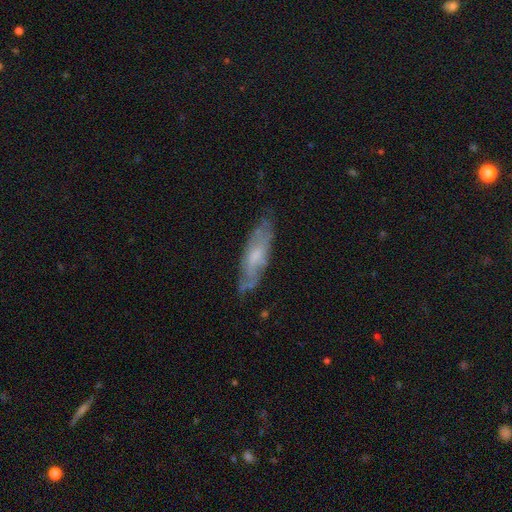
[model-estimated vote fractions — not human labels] A featured or disk galaxy (54%). Merging: none (64%).